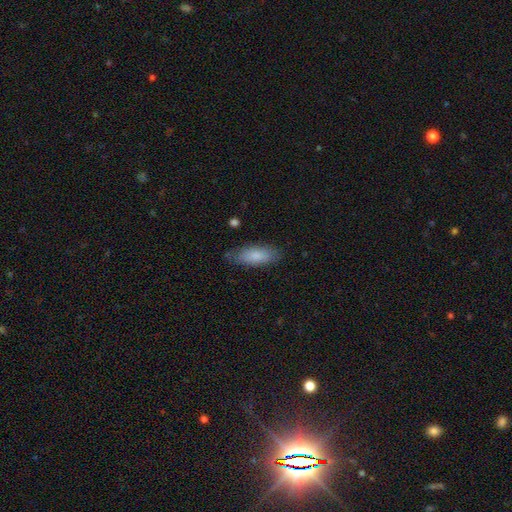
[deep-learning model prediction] A smooth galaxy with no disk features (83%) that is in between round and cigar-shaped (72%). Merging: none (78%).